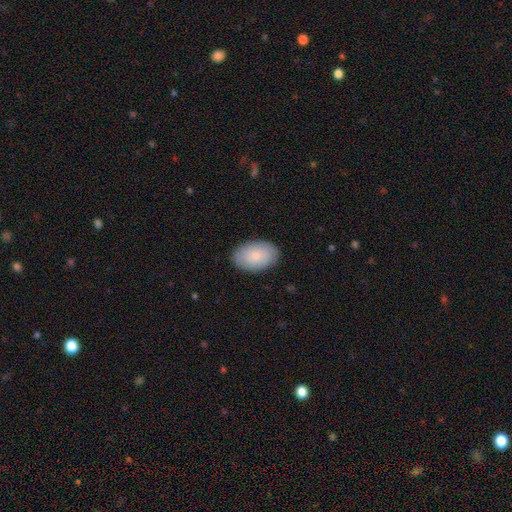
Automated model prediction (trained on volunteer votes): Smooth or featured?
  - smooth: 75% *
  - featured or disk: 19%
  - star or artifact: 6%
How rounded?
  - in between: 91% *
  - round: 8%
  - cigar-shaped: 1%
Merging?
  - none: 86% *
  - minor disturbance: 11%
  - major disturbance: 2%
  - merger: 1%